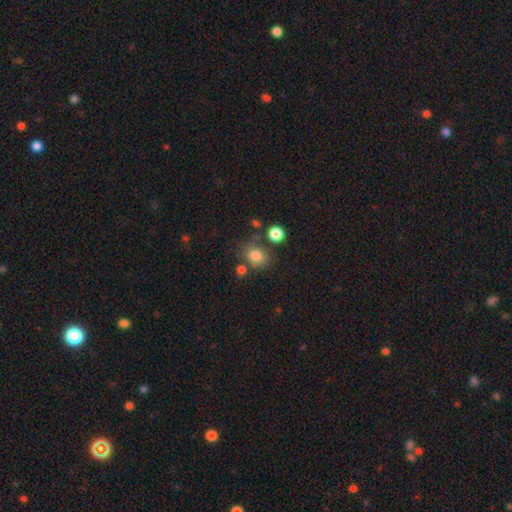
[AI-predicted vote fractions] smooth_or_featured: smooth (p=0.81) [alt: star or artifact p=0.12]
how_rounded: round (p=0.54) [alt: in between p=0.45]
merging: none (p=0.64) [alt: minor disturbance p=0.17]